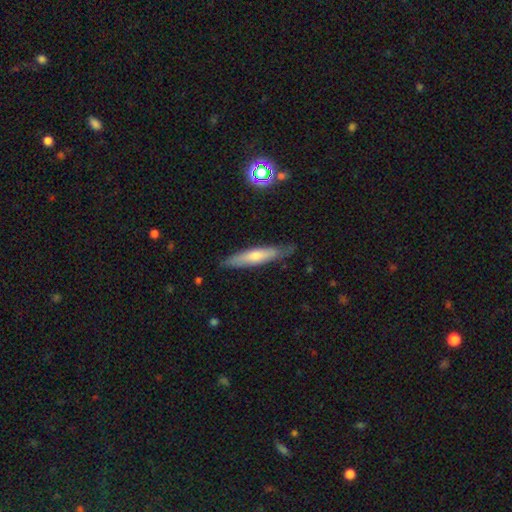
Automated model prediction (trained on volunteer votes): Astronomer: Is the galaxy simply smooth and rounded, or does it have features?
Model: smooth — 55% (runner-up: featured or disk, 38%).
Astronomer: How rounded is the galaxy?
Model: cigar-shaped — 86%.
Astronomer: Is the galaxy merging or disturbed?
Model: none — 79%.